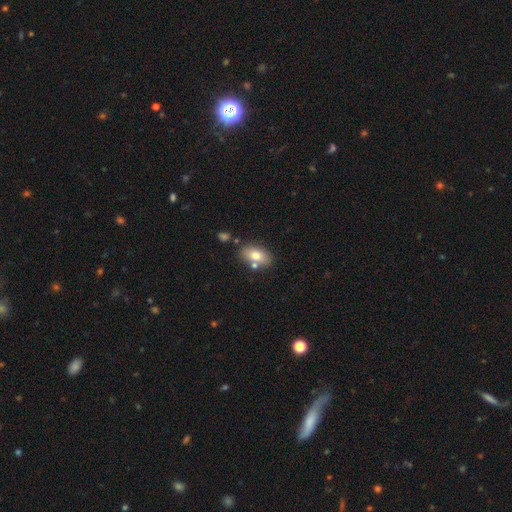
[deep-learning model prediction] Smooth or featured? Predicted: smooth (p=0.76). How rounded? Predicted: in between (p=0.89). Merging? Predicted: none (p=0.72).